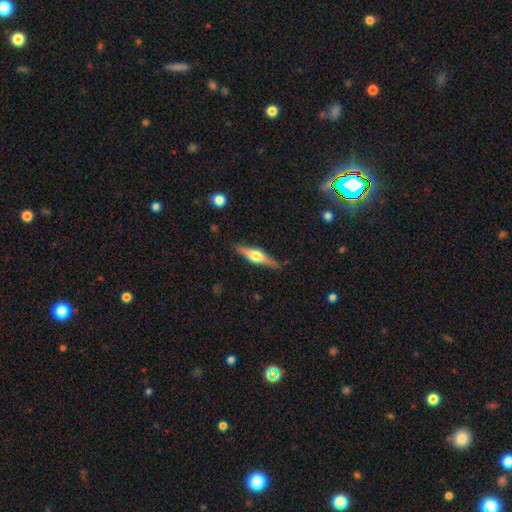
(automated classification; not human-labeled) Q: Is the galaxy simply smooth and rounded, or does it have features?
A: featured or disk — 67%.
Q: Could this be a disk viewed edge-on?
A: yes — 96%.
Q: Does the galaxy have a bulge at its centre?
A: rounded — 91%.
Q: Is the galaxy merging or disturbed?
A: none — 87%.